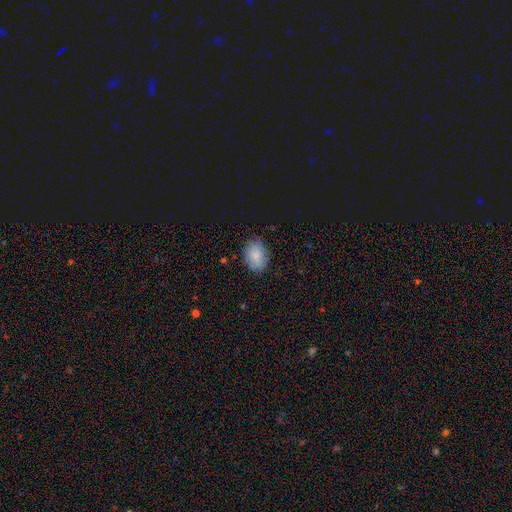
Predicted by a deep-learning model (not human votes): Smooth or featured? Predicted: smooth (p=0.85). How rounded? Predicted: in between (p=0.78). Merging? Predicted: none (p=0.83).